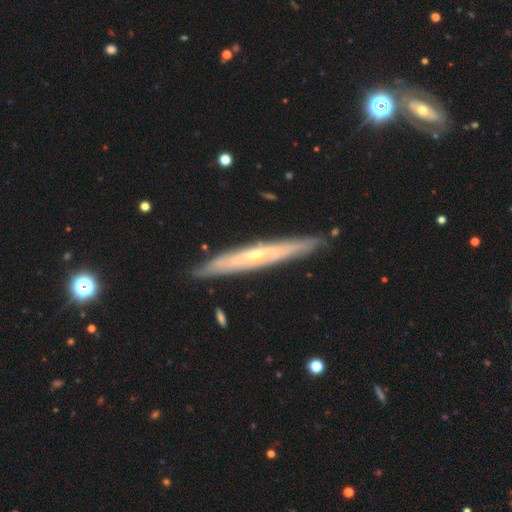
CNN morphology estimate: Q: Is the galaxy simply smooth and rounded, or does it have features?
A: featured or disk — 70%.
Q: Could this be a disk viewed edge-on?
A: yes — 83%.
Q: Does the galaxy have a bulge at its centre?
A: rounded — 49%.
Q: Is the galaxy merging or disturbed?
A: none — 86%.